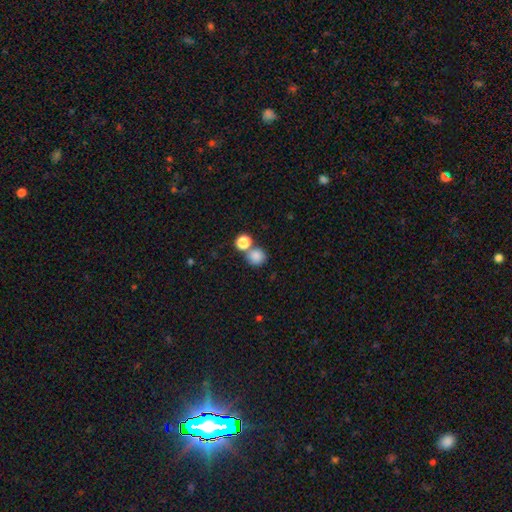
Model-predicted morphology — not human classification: The model was most divided on "merging": none: 57%, merger: 32%, minor disturbance: 8%, major disturbance: 3%. More confident: how rounded — round (88%); smooth or featured — smooth (83%).